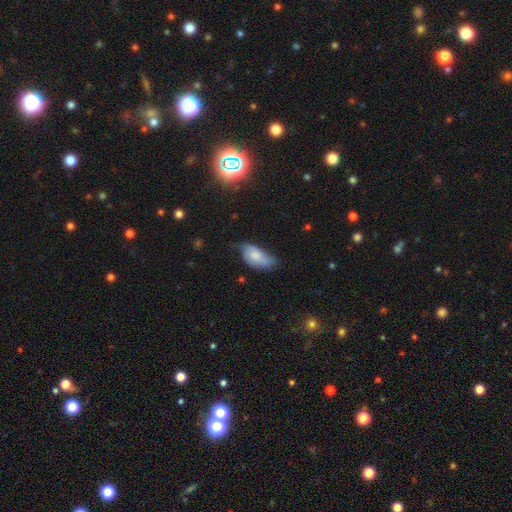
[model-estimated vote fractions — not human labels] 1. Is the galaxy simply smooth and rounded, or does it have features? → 66% smooth, 27% featured or disk, 7% star or artifact.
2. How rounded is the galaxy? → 92% in between, 5% cigar-shaped, 3% round.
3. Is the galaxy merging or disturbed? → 43% minor disturbance, 38% none, 17% major disturbance, 3% merger.